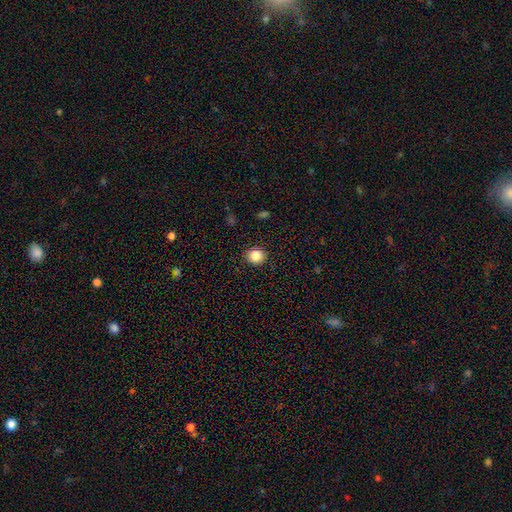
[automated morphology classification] Smooth or featured? Predicted: smooth (p=0.85). How rounded? Predicted: round (p=0.81). Merging? Predicted: none (p=0.90).